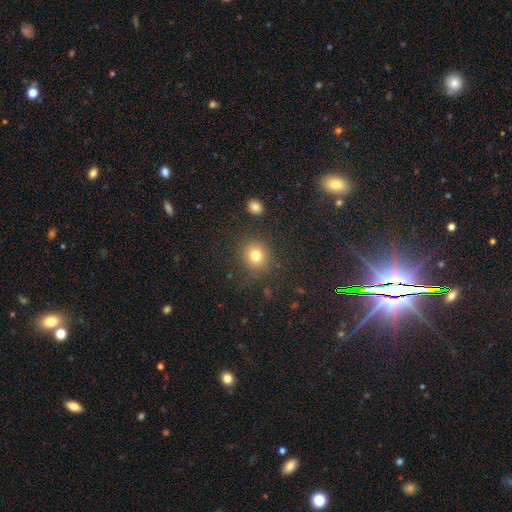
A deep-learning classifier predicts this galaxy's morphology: smooth-or-featured: smooth: 79% | star or artifact: 14% | featured or disk: 8%
  how-rounded: round: 85% | in between: 14% | cigar-shaped: 1%
  merging: none: 84% | minor disturbance: 9% | major disturbance: 4% | merger: 3%